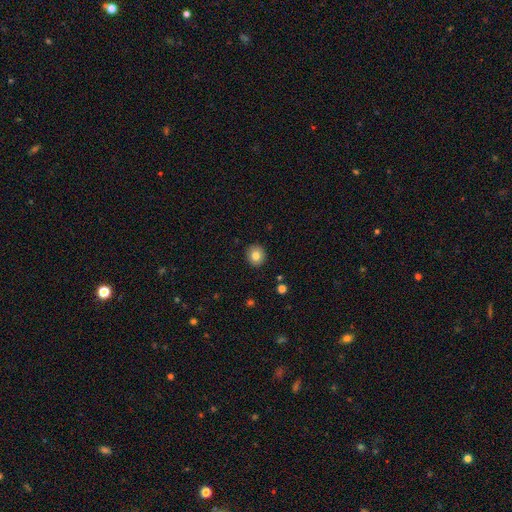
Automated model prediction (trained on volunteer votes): Smooth or featured? Predicted: smooth (p=0.81). How rounded? Predicted: round (p=0.88). Merging? Predicted: none (p=0.91).